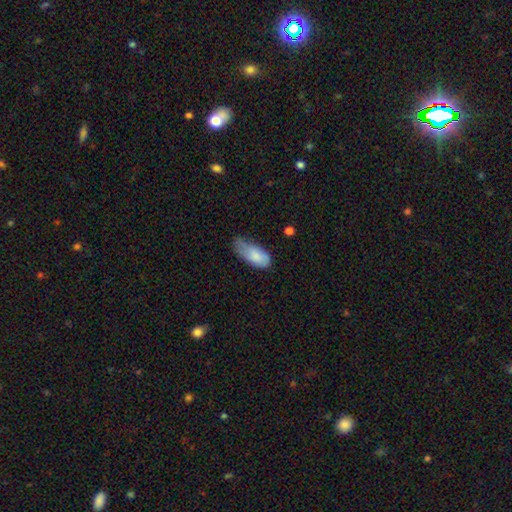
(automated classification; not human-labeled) Q: Smooth or featured?
A: smooth (80%); runner-up: featured or disk (14%)
Q: How rounded?
A: in between (89%); runner-up: cigar-shaped (8%)
Q: Merging?
A: minor disturbance (48%); runner-up: none (31%)